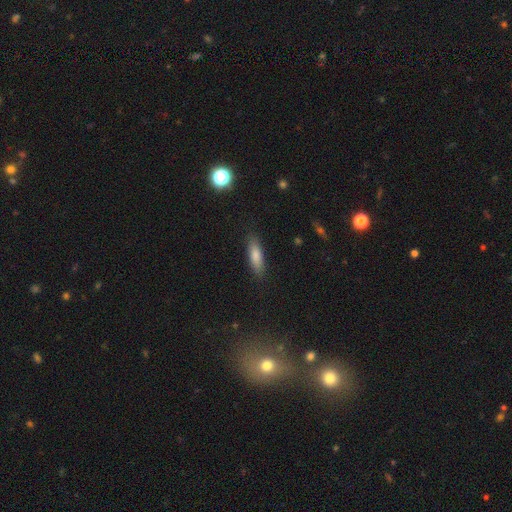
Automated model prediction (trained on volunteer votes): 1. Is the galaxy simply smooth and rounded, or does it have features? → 81% smooth, 12% featured or disk, 7% star or artifact.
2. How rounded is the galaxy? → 53% cigar-shaped, 45% in between, 2% round.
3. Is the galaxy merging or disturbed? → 85% none, 11% minor disturbance, 3% major disturbance, 1% merger.